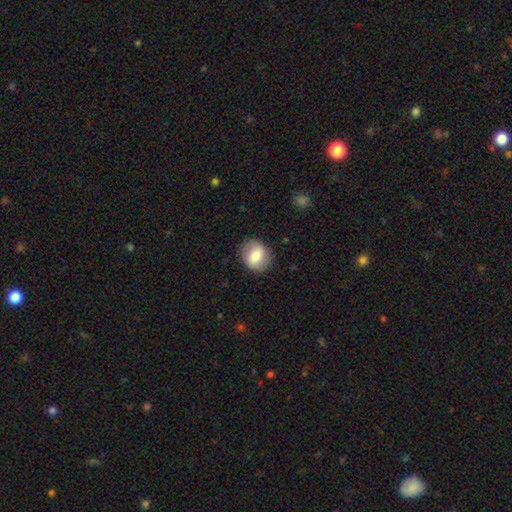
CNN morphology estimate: Q: Smooth or featured?
A: smooth (76%); runner-up: featured or disk (17%)
Q: How rounded?
A: round (66%); runner-up: in between (33%)
Q: Merging?
A: none (85%); runner-up: minor disturbance (11%)